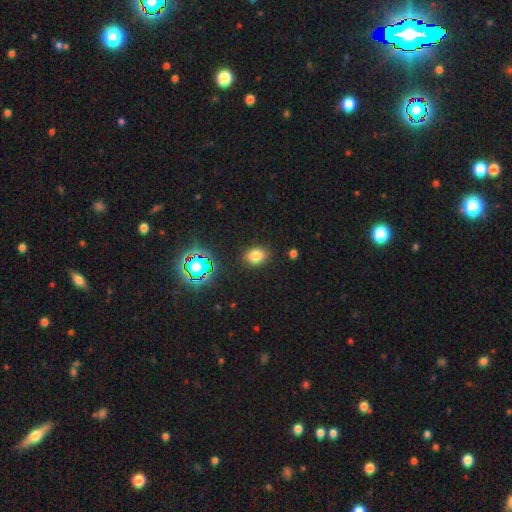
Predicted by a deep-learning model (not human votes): smooth_or_featured: smooth (p=0.77) [alt: star or artifact p=0.17]
how_rounded: in between (p=0.61) [alt: round p=0.38]
merging: none (p=0.84) [alt: minor disturbance p=0.11]